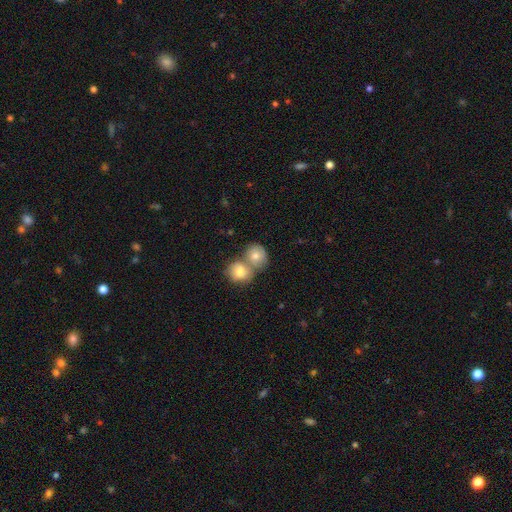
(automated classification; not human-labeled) Smooth or featured? Predicted: smooth (p=0.77). How rounded? Predicted: round (p=0.72). Merging? Predicted: merger (p=0.62).